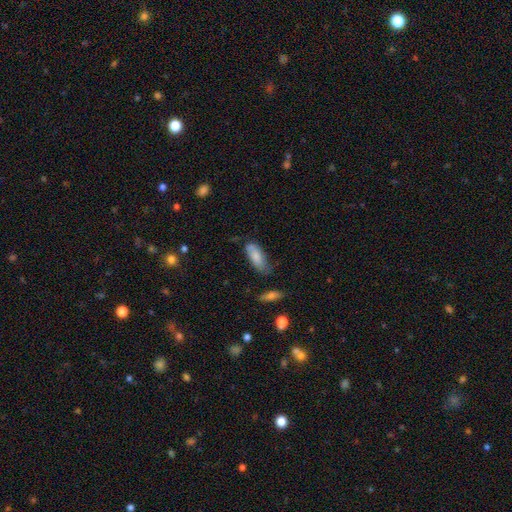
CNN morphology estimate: Smooth or featured: smooth — 78% (featured or disk — 16%)
How rounded: in between — 79% (cigar-shaped — 19%)
Merging: none — 52% (minor disturbance — 33%)